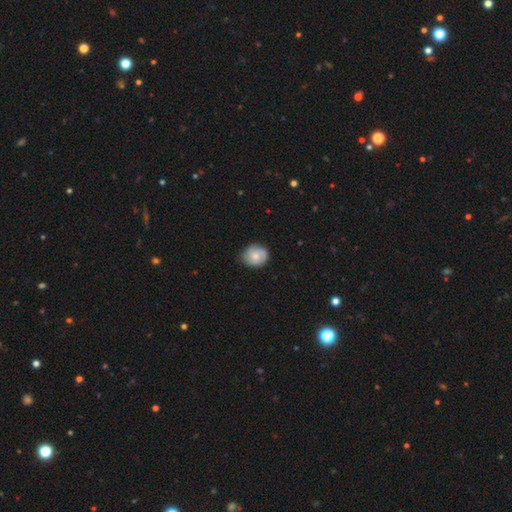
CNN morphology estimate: smooth_or_featured: smooth (p=0.64) [alt: featured or disk p=0.29]
how_rounded: round (p=0.75) [alt: in between p=0.24]
merging: none (p=0.75) [alt: minor disturbance p=0.20]